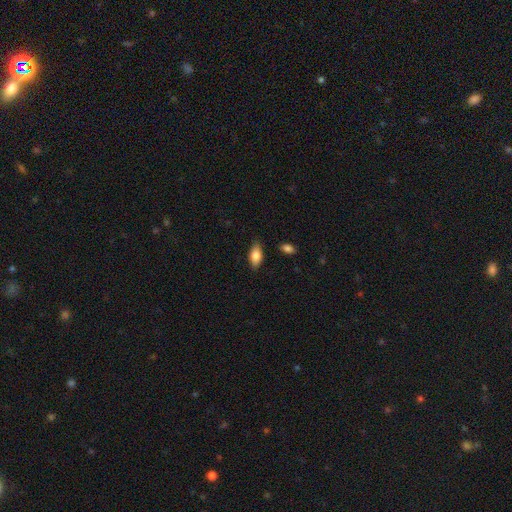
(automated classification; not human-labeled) Smooth or featured: smooth — 81% (featured or disk — 13%)
How rounded: in between — 88% (cigar-shaped — 9%)
Merging: none — 83% (minor disturbance — 12%)